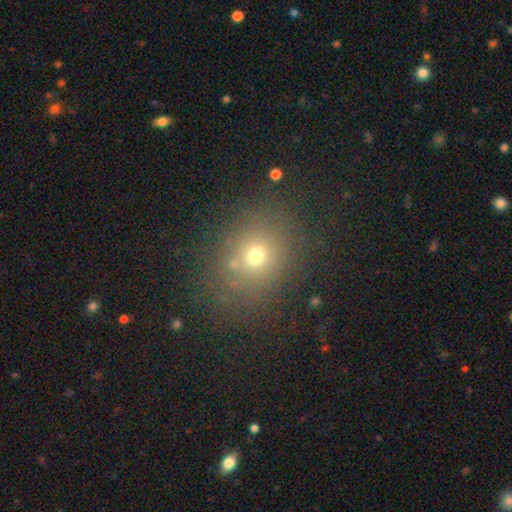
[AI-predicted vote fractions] Overall: smooth (67%). How rounded: round (64%; in between 35%). Merging: none (78%).